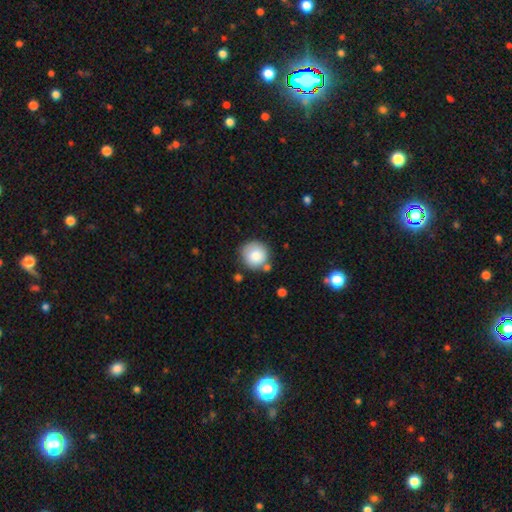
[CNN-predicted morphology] Smooth or featured? Predicted: smooth (p=0.84). How rounded? Predicted: round (p=0.93). Merging? Predicted: none (p=0.75).